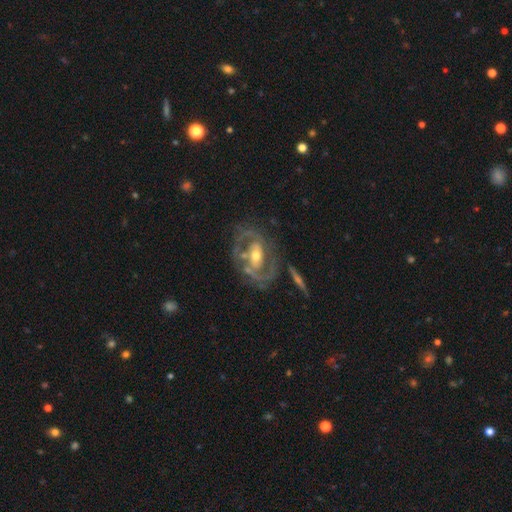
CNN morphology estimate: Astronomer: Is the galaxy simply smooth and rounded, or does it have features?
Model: featured or disk — 87%.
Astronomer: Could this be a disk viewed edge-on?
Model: no — 96%.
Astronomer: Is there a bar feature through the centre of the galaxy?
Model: strong — 37%, tied with weak at 37%.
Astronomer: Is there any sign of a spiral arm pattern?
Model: yes — 87%.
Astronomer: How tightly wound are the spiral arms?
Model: medium — 45% (runner-up: tight, 40%).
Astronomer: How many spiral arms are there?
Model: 2 — 72%.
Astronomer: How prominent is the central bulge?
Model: moderate — 59% (runner-up: small, 36%).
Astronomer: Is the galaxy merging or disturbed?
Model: none — 66%.